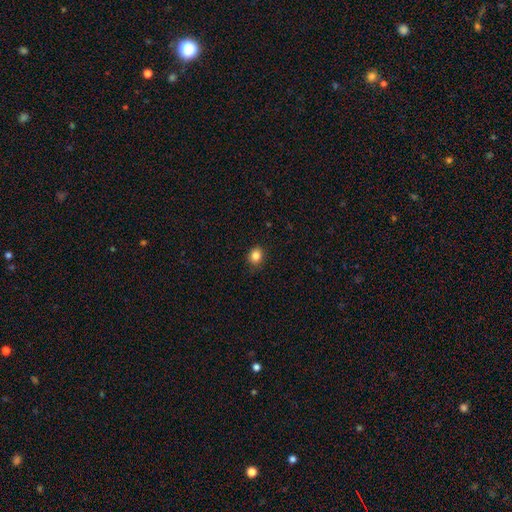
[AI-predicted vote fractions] This appears to be a smooth galaxy with no disk features (85%) that is round (63%). Merging: none (86%).